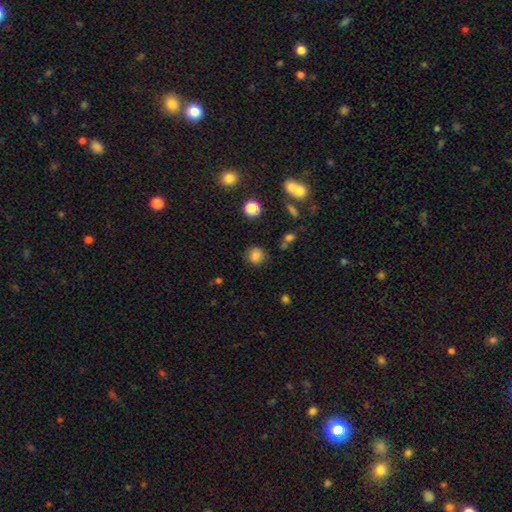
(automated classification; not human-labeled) A smooth galaxy with no disk features (82%) that is round (87%).

Vote fractions:
- Smooth or featured? smooth: 82% / star or artifact: 12% / featured or disk: 6%
- How rounded? round: 87% / in between: 12% / cigar-shaped: 1%
- Merging? none: 85% / minor disturbance: 9% / major disturbance: 3% / merger: 3%